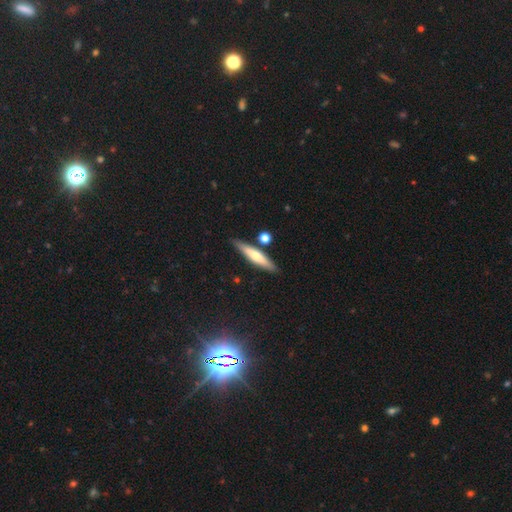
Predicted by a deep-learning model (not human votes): smooth 52%, featured or disk 42%, star or artifact 6%. Down the decision tree: how rounded — cigar-shaped (87%); merging — none (83%).